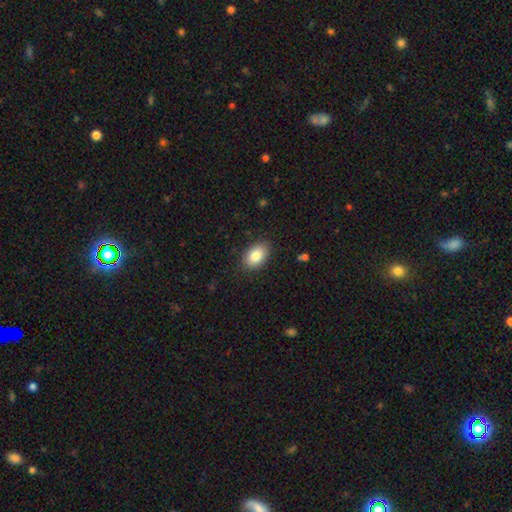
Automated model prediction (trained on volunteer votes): Overall: smooth (84%). How rounded: in between (88%). Merging: none (86%).